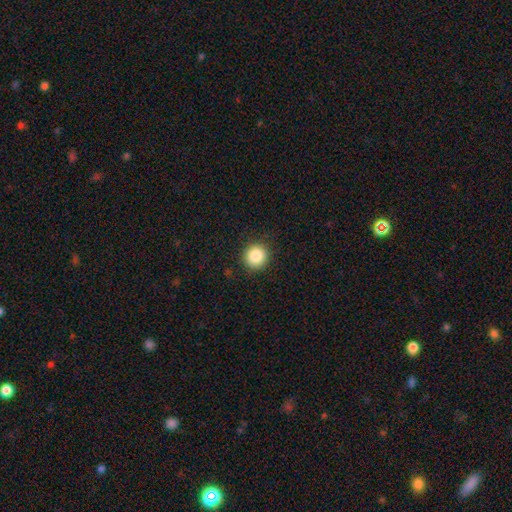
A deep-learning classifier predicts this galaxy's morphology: This appears to be a smooth galaxy with no disk features (86%) that is round (94%). Merging: none (91%).